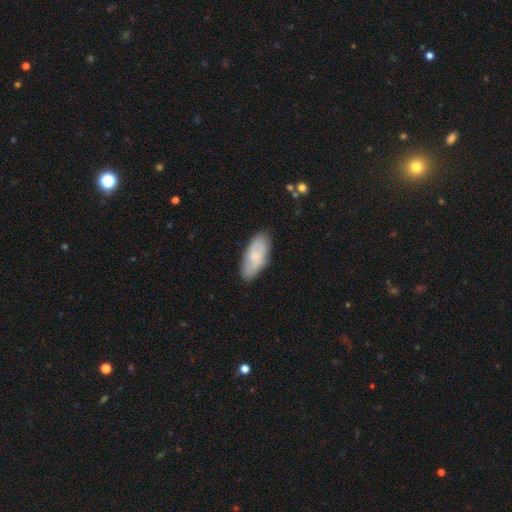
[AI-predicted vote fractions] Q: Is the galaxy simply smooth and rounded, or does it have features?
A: smooth — 68%.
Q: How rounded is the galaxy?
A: in between — 85%.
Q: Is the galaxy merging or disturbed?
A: none — 78%.